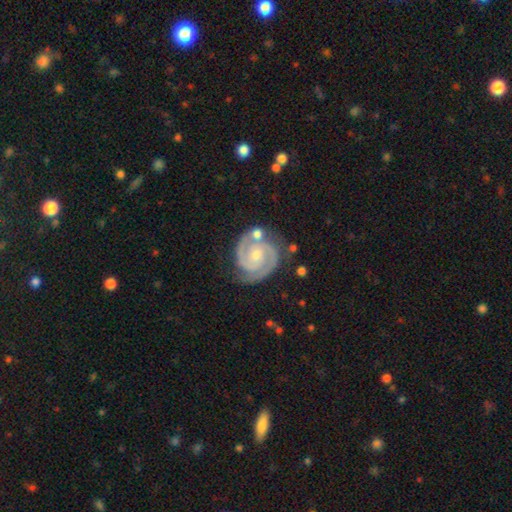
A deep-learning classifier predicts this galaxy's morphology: This is clearly a featured or disk galaxy (93%). It is clearly not viewed edge-on (98%). Bar: likely no (67%). Spiral arm pattern: clearly yes (99%). Spiral arm count: clearly 2 (91%). Spiral winding: likely tight (73%). Central bulge: possibly small (58%). Merging: likely none (76%).